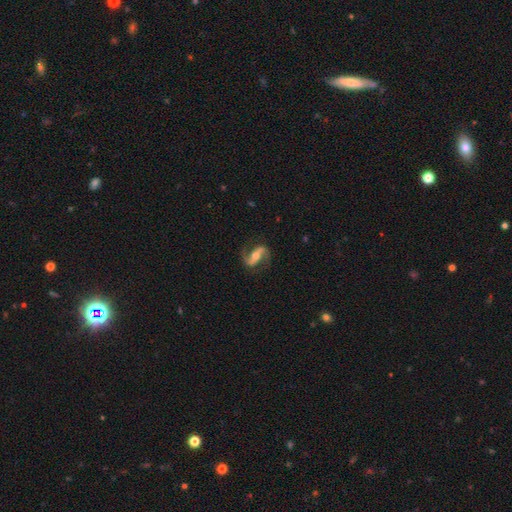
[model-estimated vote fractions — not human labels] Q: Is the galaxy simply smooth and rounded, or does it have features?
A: featured or disk — 87%.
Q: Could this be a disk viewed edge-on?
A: no — 96%.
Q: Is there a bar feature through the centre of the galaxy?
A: strong — 52%.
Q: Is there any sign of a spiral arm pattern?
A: yes — 96%.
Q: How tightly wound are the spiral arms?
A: medium — 46%.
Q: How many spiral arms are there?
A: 2 — 93%.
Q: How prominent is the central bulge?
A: moderate — 61%.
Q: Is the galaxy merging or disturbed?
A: none — 80%.